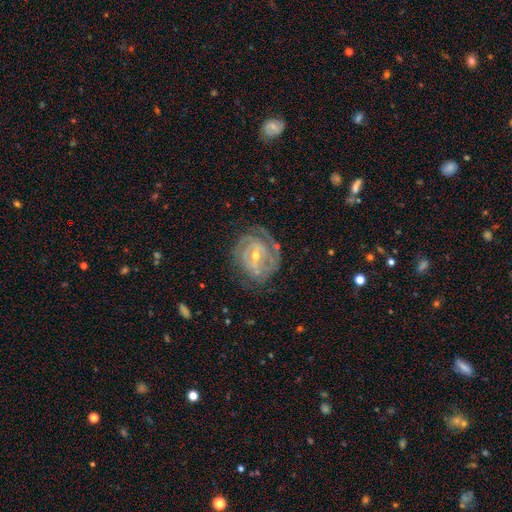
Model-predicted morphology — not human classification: A featured or disk galaxy (86%) with a weak bar (47%), 2 (39%) tight (69%) spiral arms (93%) and a small central bulge (54%).

Vote fractions:
- Smooth or featured? featured or disk: 86% / smooth: 8% / star or artifact: 6%
- Edge-on disk? no: 97% / yes: 3%
- Bar? weak: 47% / strong: 28% / no: 25%
- Spiral arms? yes: 93% / no: 7%
- Spiral winding? tight: 69% / medium: 25% / loose: 6%
- Spiral arm count? 2: 39% / can't tell: 28% / 3: 18% / 1: 6% / 4: 6% / more than 4: 4%
- Bulge size? small: 54% / moderate: 43% / large: 2% / none: 1% / dominant: 1%
- Merging? none: 69% / minor disturbance: 19% / major disturbance: 10% / merger: 2%